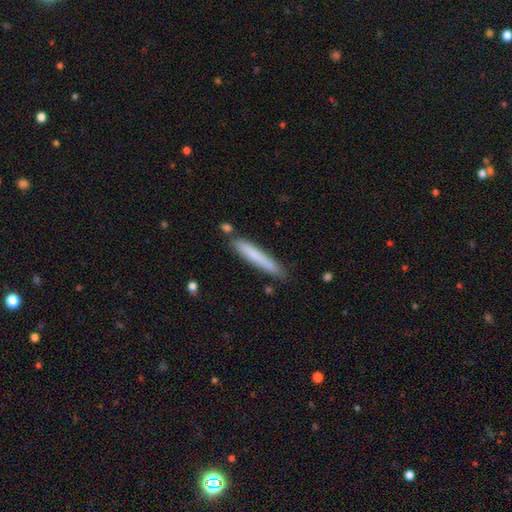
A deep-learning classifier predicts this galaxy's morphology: This appears to be a smooth galaxy with no disk features (72%) that is cigar-shaped (95%). Merging: none (79%).